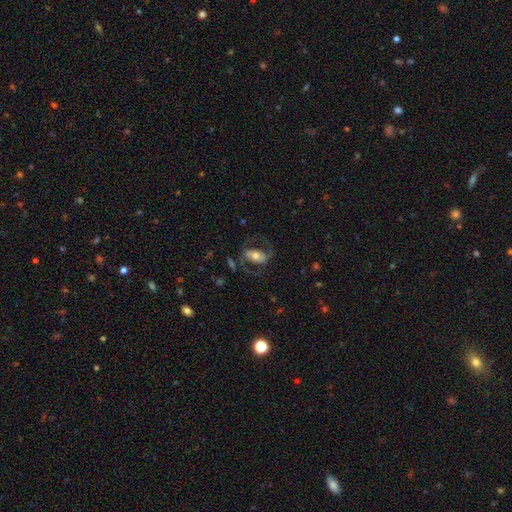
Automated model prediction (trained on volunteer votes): Smooth or featured? featured or disk (63%)
Edge-on disk? no (93%)
Bar? no (36%, tied with strong)
Spiral arms? yes (76%)
Bulge size? moderate (61%)
Merging? none (63%)